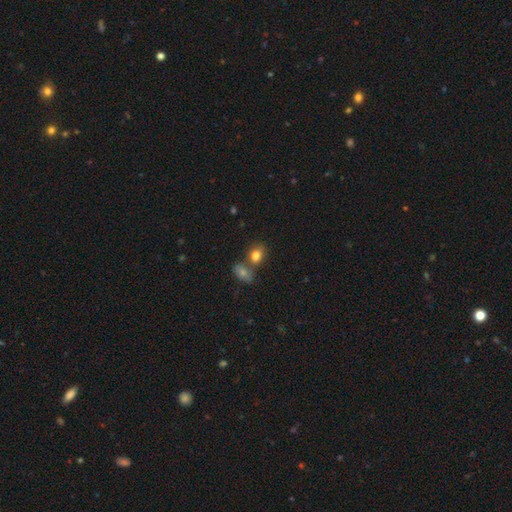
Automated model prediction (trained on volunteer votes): A smooth galaxy with no disk features (81%) that is in between round and cigar-shaped (62%).

Vote fractions:
- Smooth or featured? smooth: 81% / star or artifact: 10% / featured or disk: 9%
- How rounded? in between: 62% / round: 36% / cigar-shaped: 2%
- Merging? none: 52% / merger: 33% / minor disturbance: 12% / major disturbance: 4%